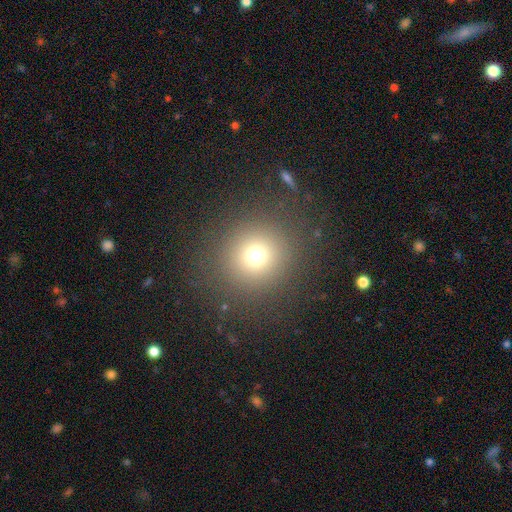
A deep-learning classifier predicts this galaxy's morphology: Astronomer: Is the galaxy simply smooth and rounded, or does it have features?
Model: smooth — 70%.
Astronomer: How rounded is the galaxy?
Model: round — 93%.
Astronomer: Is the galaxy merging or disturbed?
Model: none — 87%.